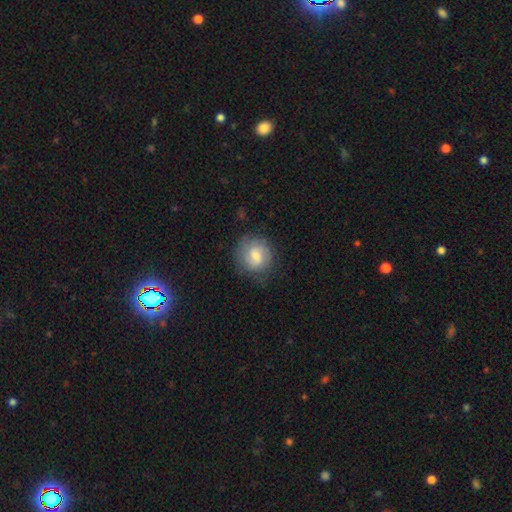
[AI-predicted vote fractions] Morphology: type=smooth (62%); roundness=round (84%); merging=none (74%).